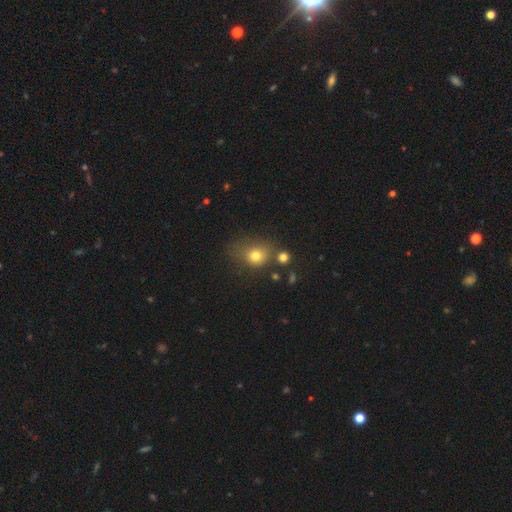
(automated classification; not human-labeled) Q: Smooth or featured?
A: smooth (75%); runner-up: star or artifact (15%)
Q: How rounded?
A: round (63%); runner-up: in between (36%)
Q: Merging?
A: none (49%); runner-up: minor disturbance (24%)